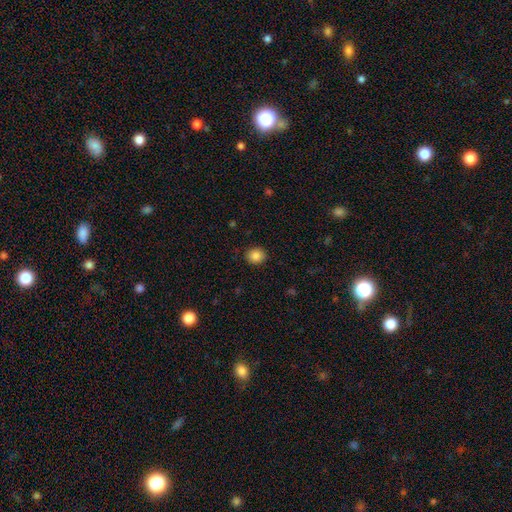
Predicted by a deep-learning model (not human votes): smooth-or-featured: smooth: 86% | star or artifact: 10% | featured or disk: 5%
  how-rounded: round: 79% | in between: 21% | cigar-shaped: 1%
  merging: none: 91% | minor disturbance: 6% | major disturbance: 2% | merger: 1%